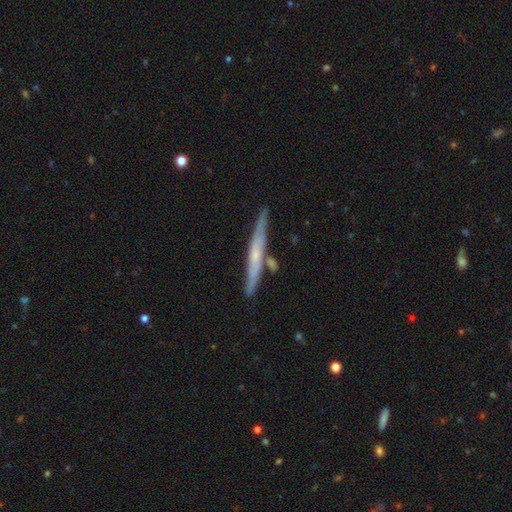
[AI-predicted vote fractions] Q: Smooth or featured?
A: featured or disk (59%); runner-up: smooth (35%)
Q: Edge-on disk?
A: yes (94%); runner-up: no (6%)
Q: Edge-on bulge?
A: none (59%); runner-up: rounded (34%)
Q: Merging?
A: none (80%); runner-up: minor disturbance (11%)